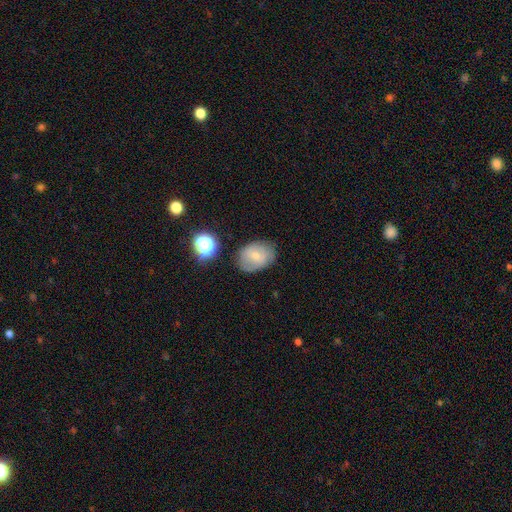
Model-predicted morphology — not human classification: The model was most divided on "how rounded": in between: 63%, round: 36%, cigar-shaped: 1%. More confident: merging — none (69%); smooth or featured — smooth (59%).